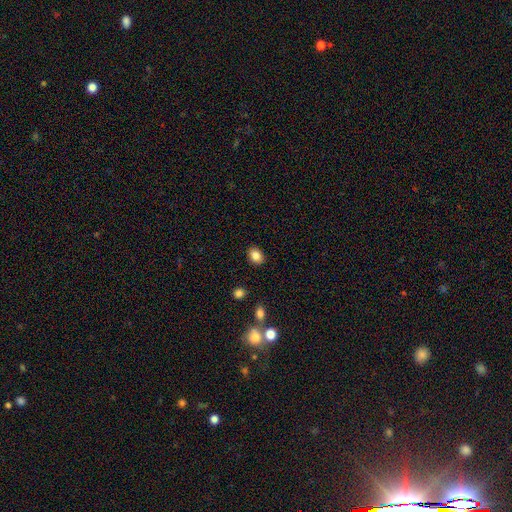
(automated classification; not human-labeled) Overall: smooth (85%). How rounded: in between (64%; round 35%). Merging: none (88%).